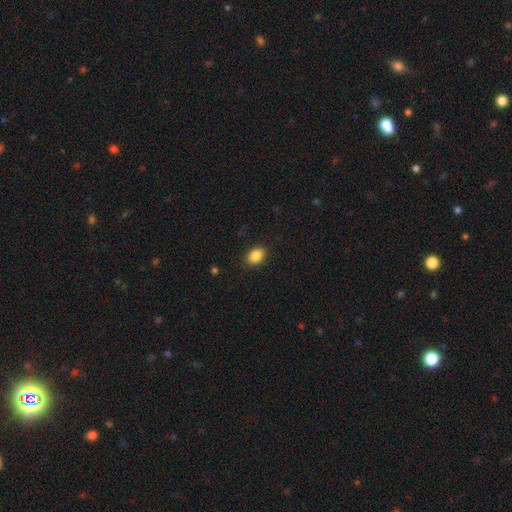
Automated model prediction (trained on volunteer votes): Smooth or featured?
  - smooth: 86% *
  - star or artifact: 9%
  - featured or disk: 5%
How rounded?
  - in between: 74% *
  - round: 25%
  - cigar-shaped: 1%
Merging?
  - none: 89% *
  - minor disturbance: 8%
  - major disturbance: 2%
  - merger: 1%